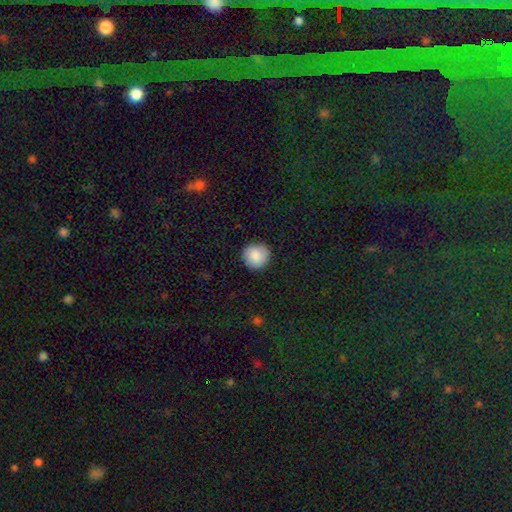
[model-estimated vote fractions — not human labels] smooth_or_featured: smooth (p=0.88) [alt: star or artifact p=0.07]
how_rounded: round (p=0.94) [alt: in between p=0.05]
merging: none (p=0.91) [alt: minor disturbance p=0.06]